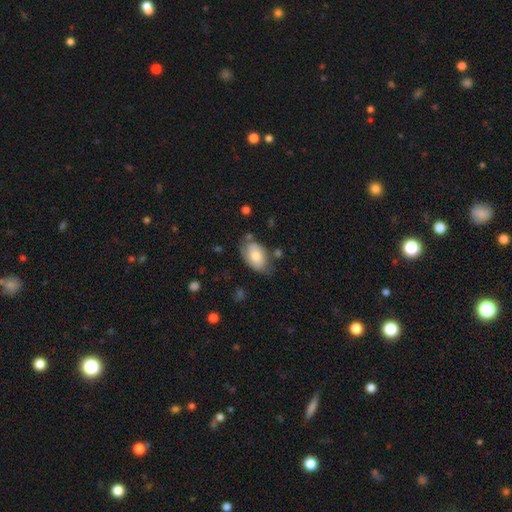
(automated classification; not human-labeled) The model was most divided on "merging": none: 61%, minor disturbance: 27%, major disturbance: 8%, merger: 4%. More confident: how rounded — in between (92%); smooth or featured — smooth (64%).